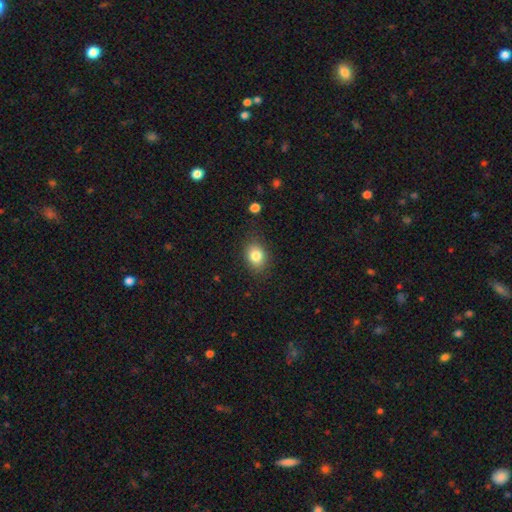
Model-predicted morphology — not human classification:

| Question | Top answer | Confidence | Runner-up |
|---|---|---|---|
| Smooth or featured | smooth | 83% | star or artifact (10%) |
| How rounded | in between | 59% | round (40%) |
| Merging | none | 81% | minor disturbance (13%) |